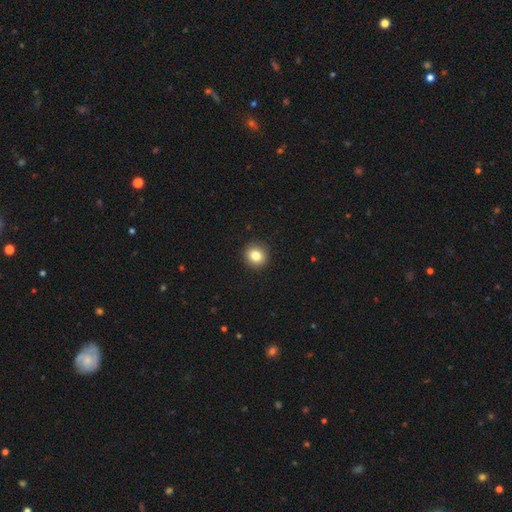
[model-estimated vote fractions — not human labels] smooth_or_featured: smooth (p=0.82) [alt: star or artifact p=0.10]
how_rounded: round (p=0.88) [alt: in between p=0.11]
merging: none (p=0.91) [alt: minor disturbance p=0.06]